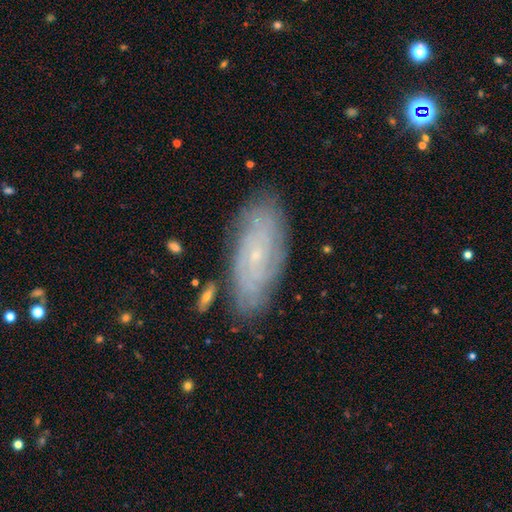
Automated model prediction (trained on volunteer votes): This is likely a featured or disk galaxy (75%). It is clearly not viewed edge-on (91%). Bar: likely no (72%). Spiral arm pattern: clearly yes (92%). Spiral arm count: possibly can't tell (47%). Spiral winding: likely tight (70%). Central bulge: clearly small (86%). Merging: clearly none (82%).